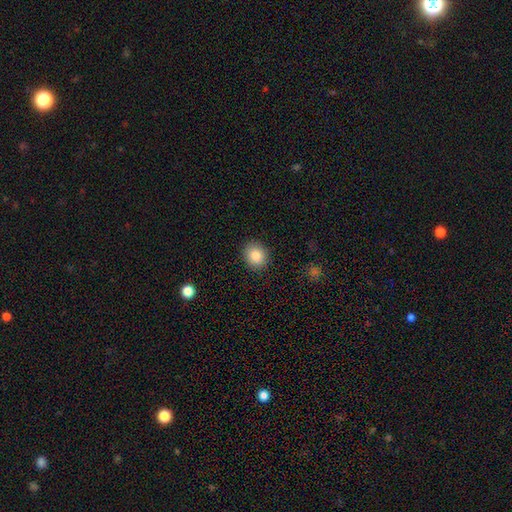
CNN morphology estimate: Smooth or featured? Predicted: smooth (p=0.85). How rounded? Predicted: round (p=0.71). Merging? Predicted: none (p=0.89).